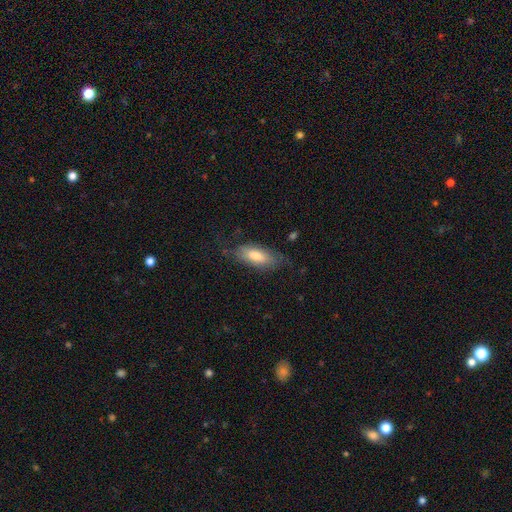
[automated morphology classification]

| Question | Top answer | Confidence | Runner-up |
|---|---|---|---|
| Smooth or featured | smooth | 68% | featured or disk (25%) |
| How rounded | in between | 76% | cigar-shaped (22%) |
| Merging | none | 65% | minor disturbance (24%) |